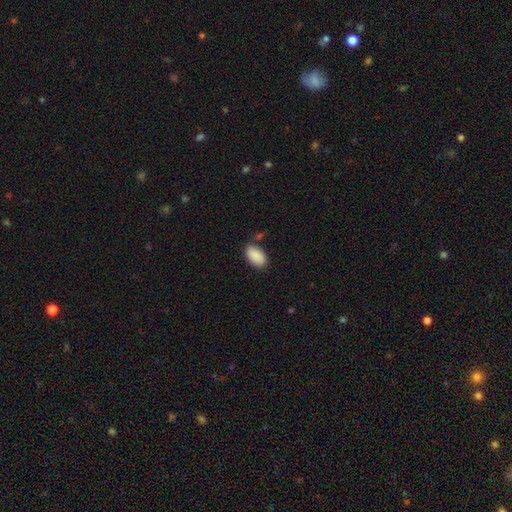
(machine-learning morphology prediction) Smooth or featured: smooth — 90% (star or artifact — 7%)
How rounded: in between — 94% (round — 5%)
Merging: none — 79% (minor disturbance — 14%)